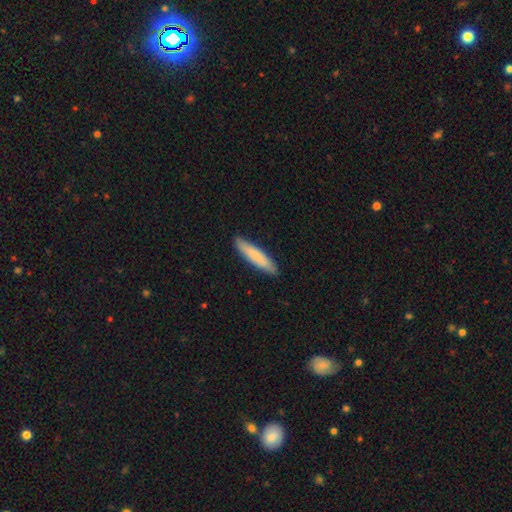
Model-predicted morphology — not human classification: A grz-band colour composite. It shows a smooth galaxy with no disk features (79%) that is cigar-shaped (85%). Merging: none (89%).